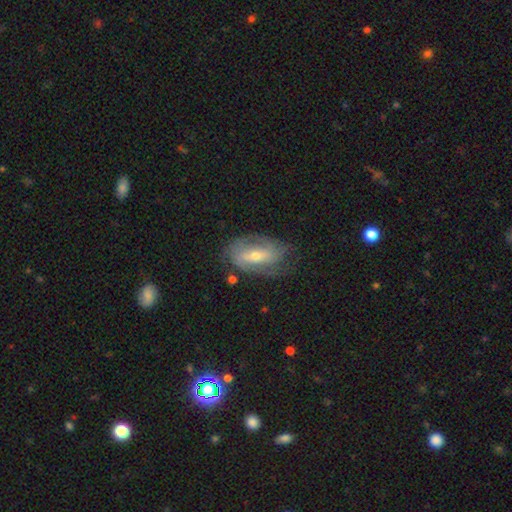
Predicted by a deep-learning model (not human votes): Smooth or featured? featured or disk (76%)
Edge-on disk? no (93%)
Bar? strong (37%, tied with weak)
Spiral arms? yes (86%)
Spiral winding? tight (45%)
Spiral arm count? 2 (51%)
Bulge size? small (49%)
Merging? none (65%)